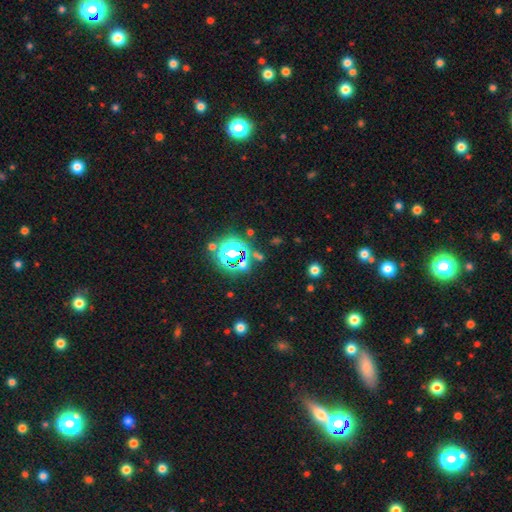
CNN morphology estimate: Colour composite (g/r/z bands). It shows a star or artifact, not a galaxy (72%).